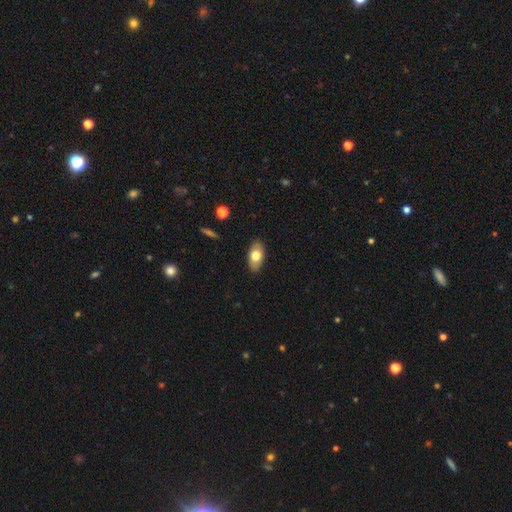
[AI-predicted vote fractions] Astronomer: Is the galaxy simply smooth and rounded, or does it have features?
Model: smooth — 73%.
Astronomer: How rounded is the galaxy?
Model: in between — 92%.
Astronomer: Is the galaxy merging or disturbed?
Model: none — 87%.